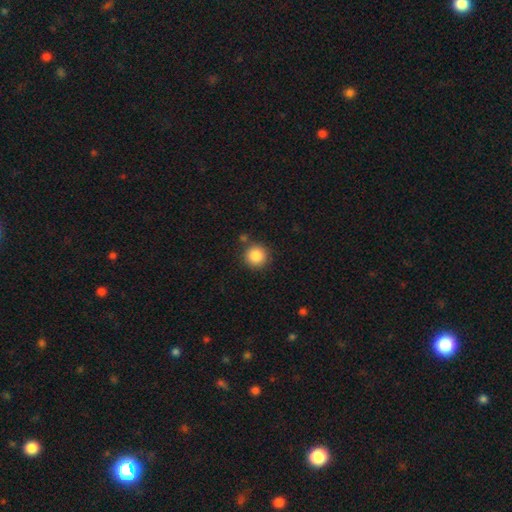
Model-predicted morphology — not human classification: type=smooth (87%); roundness=round (95%); merging=none (84%).